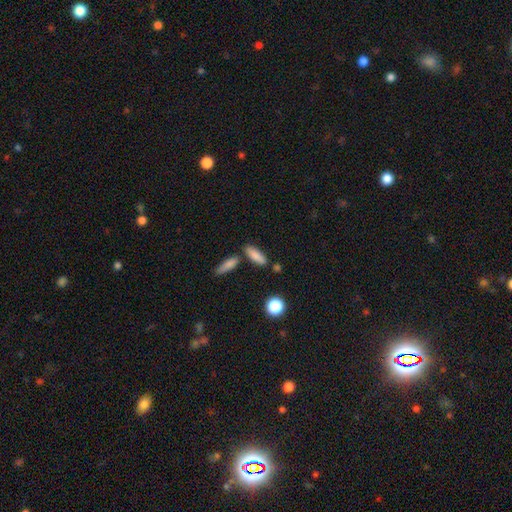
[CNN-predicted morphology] Overall: smooth (83%). How rounded: in between (53%; cigar-shaped 44%). Merging: none (69%).